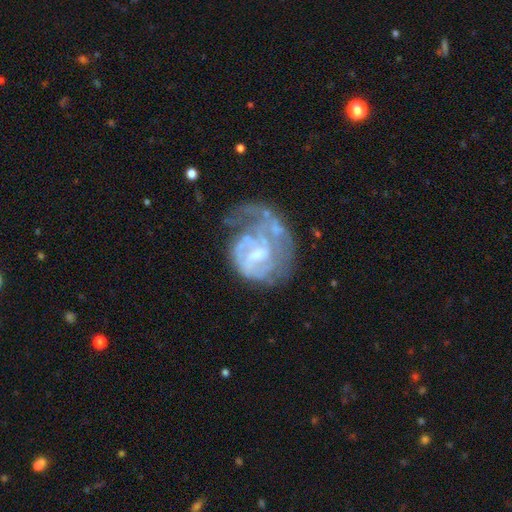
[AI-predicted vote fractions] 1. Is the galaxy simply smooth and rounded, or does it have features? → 75% featured or disk, 17% smooth, 8% star or artifact.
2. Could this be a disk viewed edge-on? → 98% no, 2% yes.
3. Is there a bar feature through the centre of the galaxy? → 47% weak, 38% no, 15% strong.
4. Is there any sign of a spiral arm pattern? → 63% yes, 37% no.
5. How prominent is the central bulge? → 37% moderate, 28% small, 27% none, 7% large, 1% dominant.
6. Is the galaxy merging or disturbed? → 47% major disturbance, 26% none, 20% minor disturbance, 8% merger.